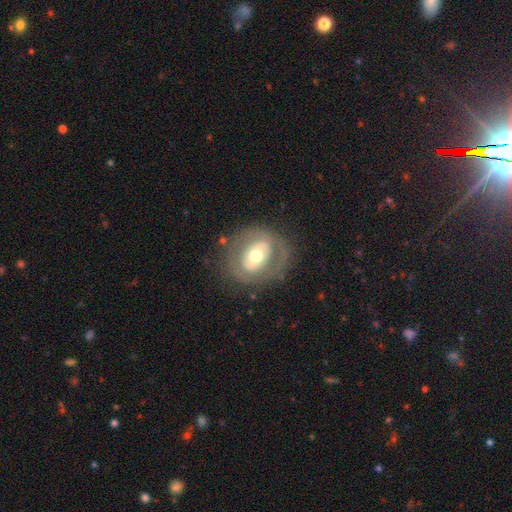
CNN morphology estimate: featured or disk 57%, smooth 37%, star or artifact 6%. Down the decision tree: edge-on disk — no (94%); bar — no (65%); spiral arms — no (82%); bulge size — moderate (67%); merging — none (73%).